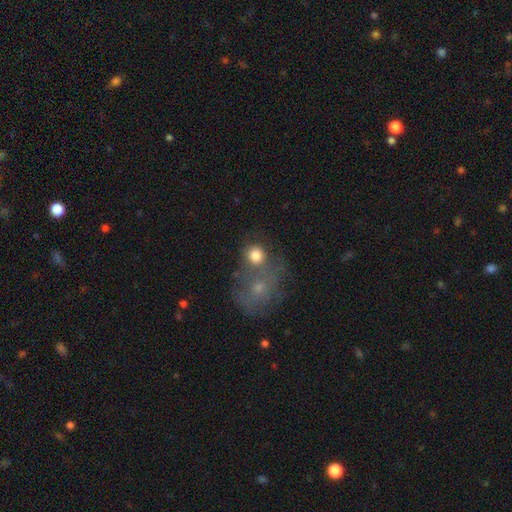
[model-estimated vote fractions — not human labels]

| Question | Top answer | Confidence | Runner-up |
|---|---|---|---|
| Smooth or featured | smooth | 77% | featured or disk (13%) |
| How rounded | round | 83% | in between (16%) |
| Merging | none | 45% | merger (36%) |